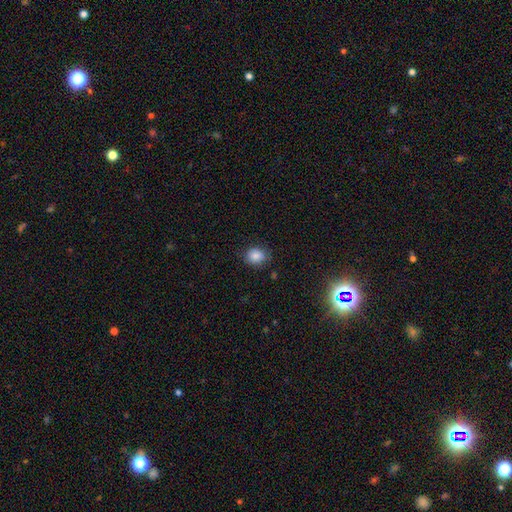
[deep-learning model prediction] Smooth or featured: smooth — 85% (star or artifact — 10%)
How rounded: round — 62% (in between — 37%)
Merging: none — 79% (minor disturbance — 16%)